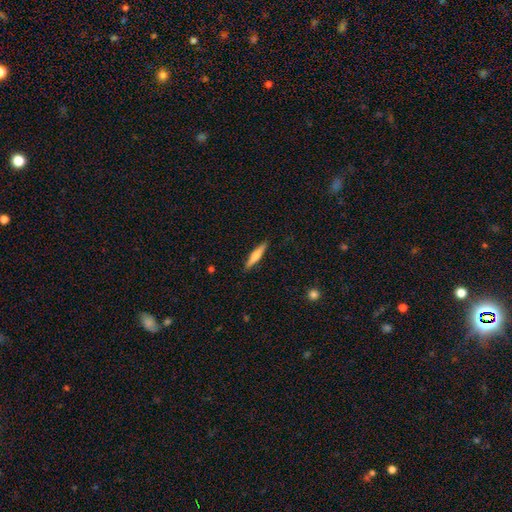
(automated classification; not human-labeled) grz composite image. It shows a smooth galaxy with no disk features (57%) that is cigar-shaped (88%). Merging: none (90%).